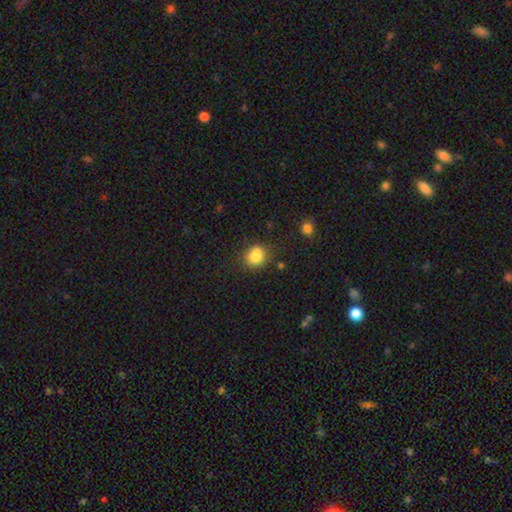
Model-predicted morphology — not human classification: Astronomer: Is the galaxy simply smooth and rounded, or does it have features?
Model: smooth — 82%.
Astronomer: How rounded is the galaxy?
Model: round — 63%.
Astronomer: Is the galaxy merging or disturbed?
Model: none — 68%.